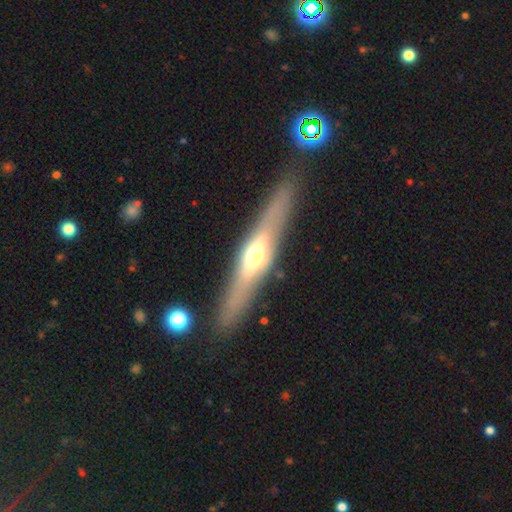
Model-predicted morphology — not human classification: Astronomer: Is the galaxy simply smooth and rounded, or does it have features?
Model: featured or disk — 66%.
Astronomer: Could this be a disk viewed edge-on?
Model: yes — 91%.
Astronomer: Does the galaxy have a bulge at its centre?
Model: rounded — 89%.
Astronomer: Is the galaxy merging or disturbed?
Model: none — 87%.